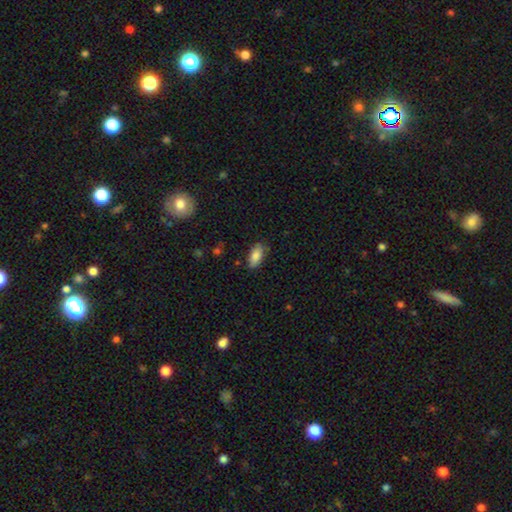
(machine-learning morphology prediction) smooth_or_featured: smooth (p=0.83) [alt: featured or disk p=0.10]
how_rounded: in between (p=0.90) [alt: cigar-shaped p=0.07]
merging: none (p=0.74) [alt: minor disturbance p=0.21]